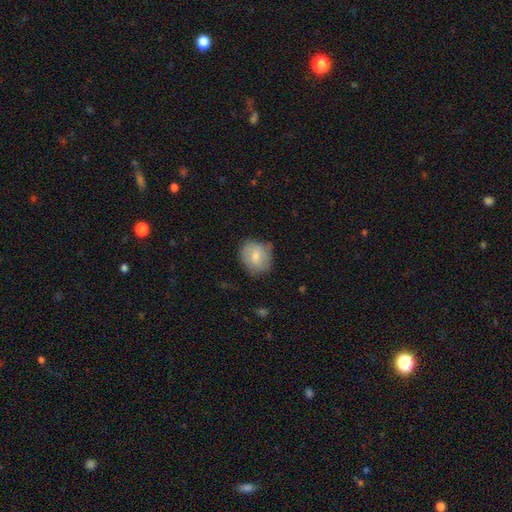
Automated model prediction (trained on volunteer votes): Morphology: type=smooth (71%); roundness=round (66%); merging=none (58%).